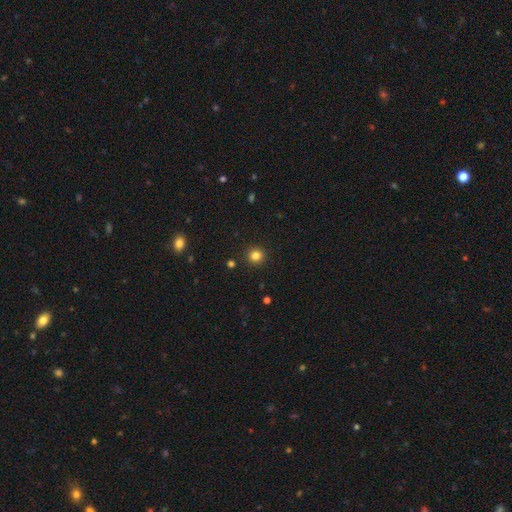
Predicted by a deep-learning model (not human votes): Smooth or featured? smooth (82%)
How rounded? round (93%)
Merging? none (92%)